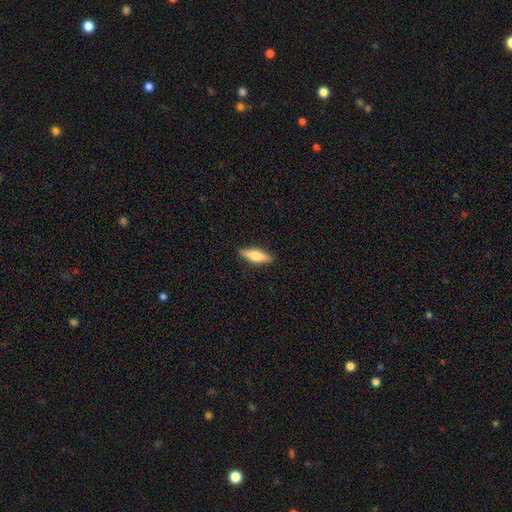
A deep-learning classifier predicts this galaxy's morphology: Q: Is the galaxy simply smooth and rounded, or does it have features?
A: smooth — 58%.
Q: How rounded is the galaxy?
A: cigar-shaped — 59%.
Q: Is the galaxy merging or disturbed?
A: none — 89%.